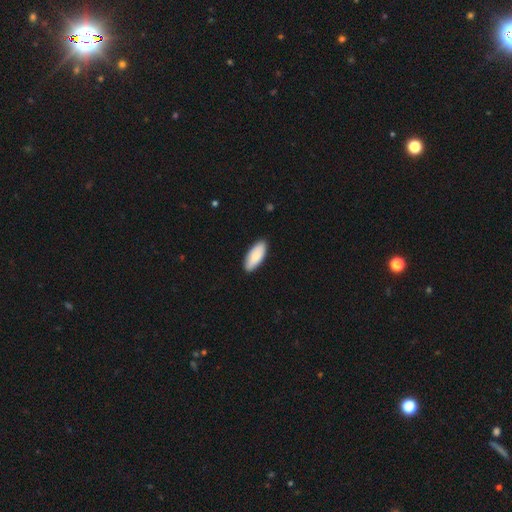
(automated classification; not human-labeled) A smooth galaxy with no disk features (84%) that is in between round and cigar-shaped (83%). Merging: none (89%).